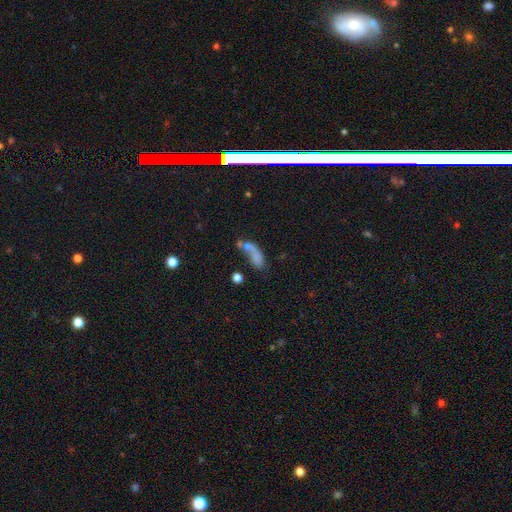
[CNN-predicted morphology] smooth-or-featured: smooth: 62% | featured or disk: 24% | star or artifact: 13%
  how-rounded: in between: 66% | cigar-shaped: 25% | round: 9%
  merging: merger: 33% | major disturbance: 26% | none: 25% | minor disturbance: 15%